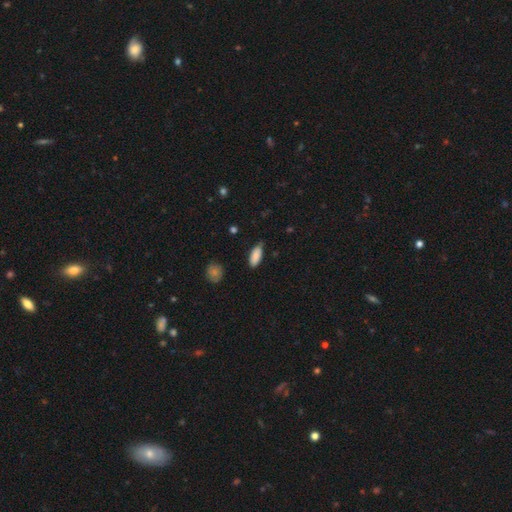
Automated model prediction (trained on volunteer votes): Q: Smooth or featured?
A: smooth (86%); runner-up: featured or disk (7%)
Q: How rounded?
A: in between (83%); runner-up: cigar-shaped (15%)
Q: Merging?
A: none (70%); runner-up: minor disturbance (25%)